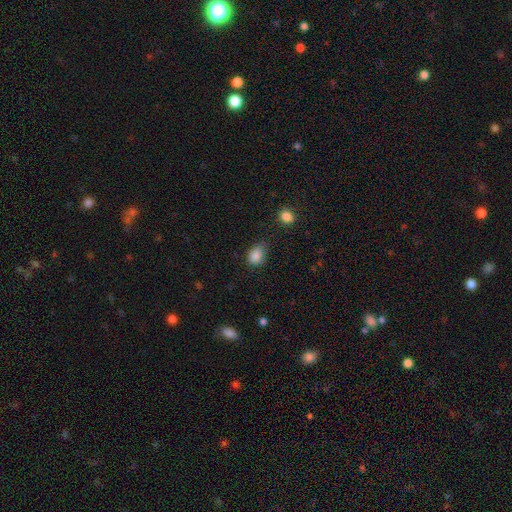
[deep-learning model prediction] Smooth or featured?
  - smooth: 86% *
  - star or artifact: 10%
  - featured or disk: 4%
How rounded?
  - in between: 64% *
  - round: 35%
  - cigar-shaped: 1%
Merging?
  - none: 61% *
  - minor disturbance: 30%
  - major disturbance: 7%
  - merger: 2%